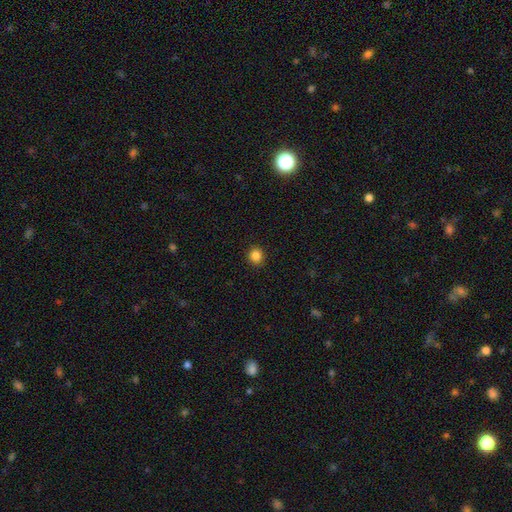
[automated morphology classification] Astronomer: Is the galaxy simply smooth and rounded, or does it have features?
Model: smooth — 86%.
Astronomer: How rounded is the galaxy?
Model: round — 85%.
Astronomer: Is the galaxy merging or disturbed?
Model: none — 91%.